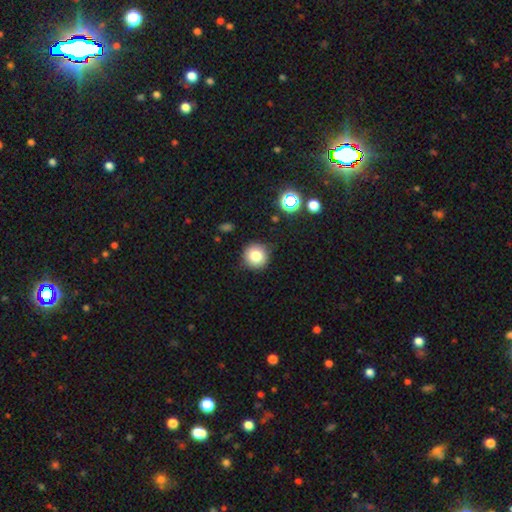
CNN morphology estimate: Smooth or featured: smooth — 78% (star or artifact — 13%)
How rounded: round — 95% (in between — 4%)
Merging: none — 87% (minor disturbance — 9%)